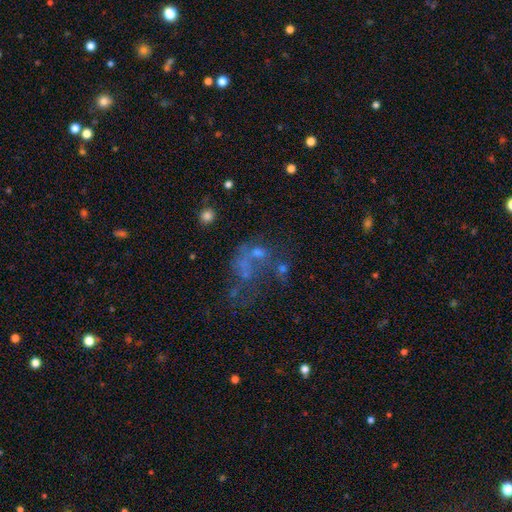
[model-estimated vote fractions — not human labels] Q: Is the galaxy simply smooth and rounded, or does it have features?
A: featured or disk — 45%.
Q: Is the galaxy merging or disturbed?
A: major disturbance — 33%.